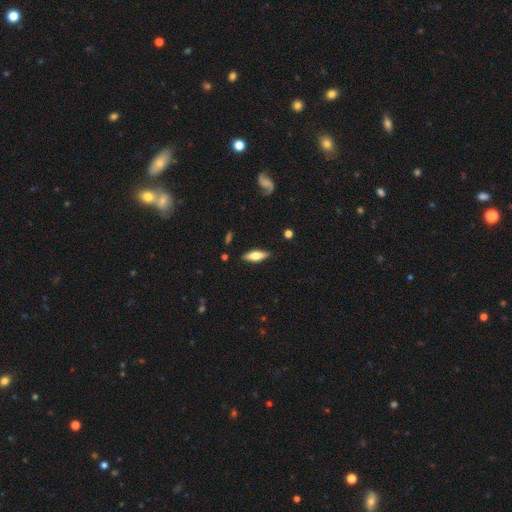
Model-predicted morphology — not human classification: The model was most divided on "how rounded": in between: 54%, cigar-shaped: 44%, round: 2%. More confident: merging — none (86%); smooth or featured — smooth (55%).